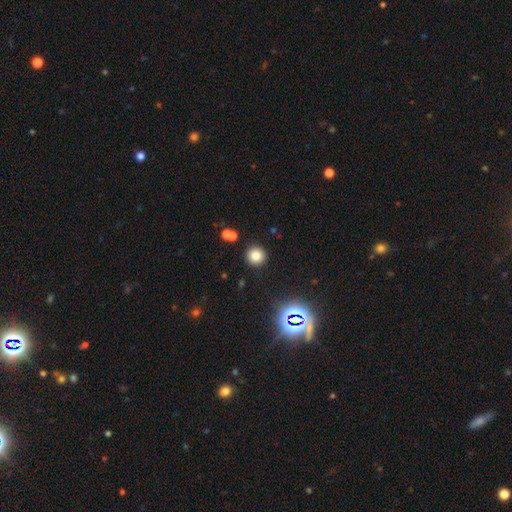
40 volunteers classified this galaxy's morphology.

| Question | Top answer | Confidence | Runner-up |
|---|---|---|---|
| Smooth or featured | smooth | 85% | featured or disk (8%) |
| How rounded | round | 97% | cigar-shaped (3%) |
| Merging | none | 89% | major disturbance (11%) |